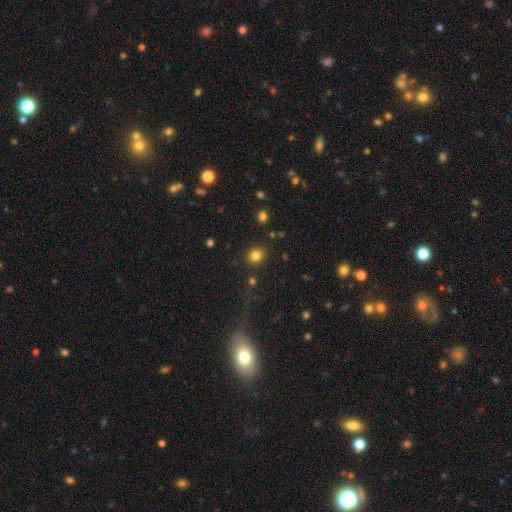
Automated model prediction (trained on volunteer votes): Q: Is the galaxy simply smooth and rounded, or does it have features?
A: smooth — 81%.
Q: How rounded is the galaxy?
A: round — 83%.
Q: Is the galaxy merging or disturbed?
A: none — 87%.